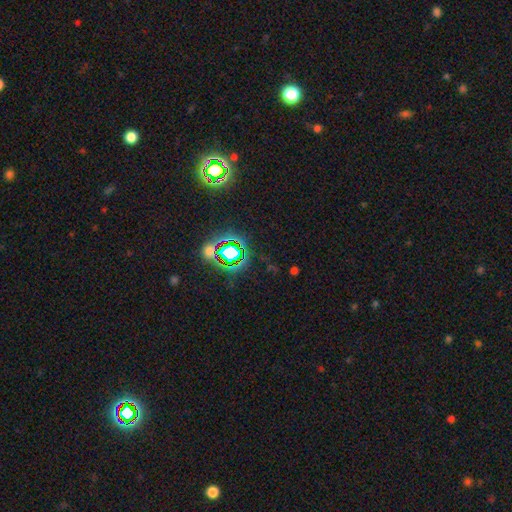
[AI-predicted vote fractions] Q: Smooth or featured?
A: star or artifact (76%); runner-up: smooth (15%)